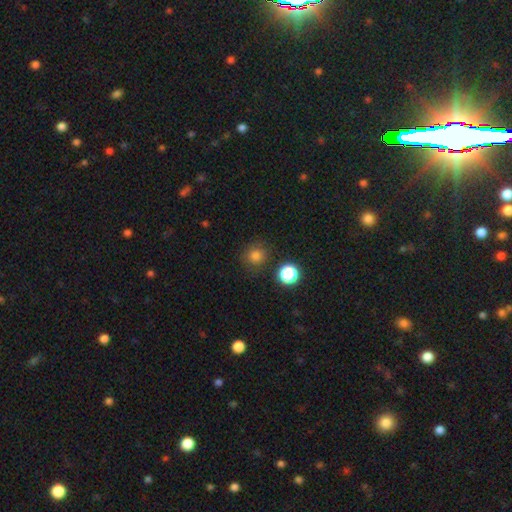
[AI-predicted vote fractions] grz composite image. It shows a smooth galaxy with no disk features (80%) that is round (90%). Merging: none (84%).